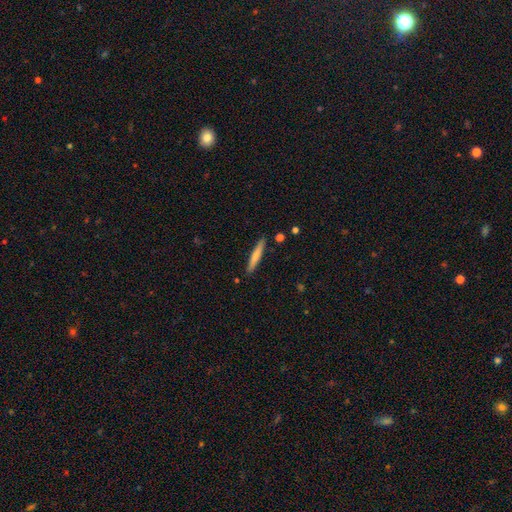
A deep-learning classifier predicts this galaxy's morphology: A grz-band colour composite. It shows a smooth galaxy with no disk features (65%) that is cigar-shaped (94%). Merging: none (89%).